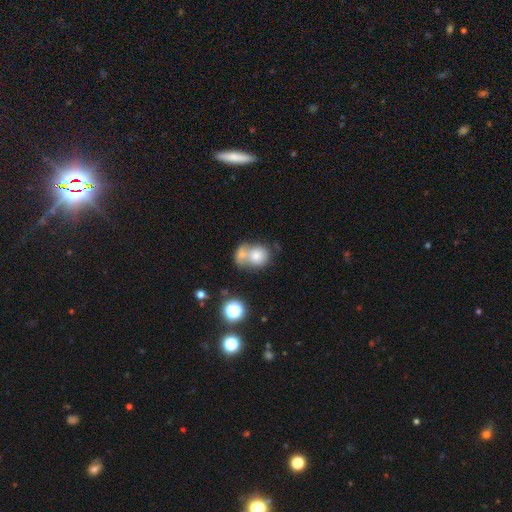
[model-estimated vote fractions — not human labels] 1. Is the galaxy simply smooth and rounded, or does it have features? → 75% smooth, 15% featured or disk, 10% star or artifact.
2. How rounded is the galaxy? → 67% round, 32% in between, 1% cigar-shaped.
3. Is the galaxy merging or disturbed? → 58% merger, 27% none, 9% minor disturbance, 6% major disturbance.